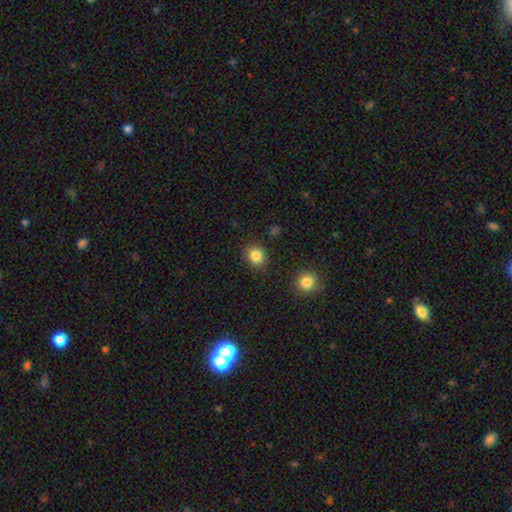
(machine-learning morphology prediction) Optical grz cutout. It shows a smooth galaxy with no disk features (85%) that is round (76%). Merging: none (87%).